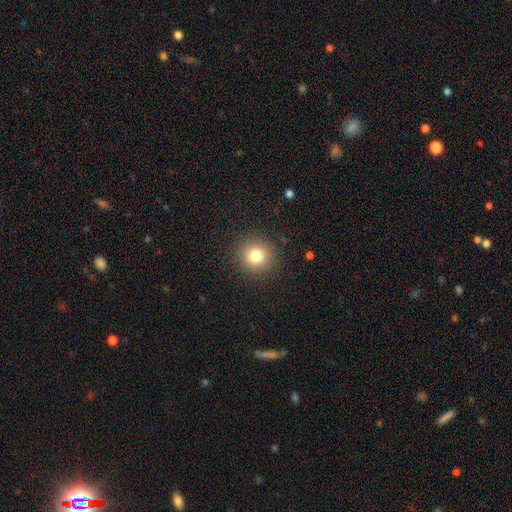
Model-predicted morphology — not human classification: Smooth or featured? smooth (80%)
How rounded? round (93%)
Merging? none (90%)